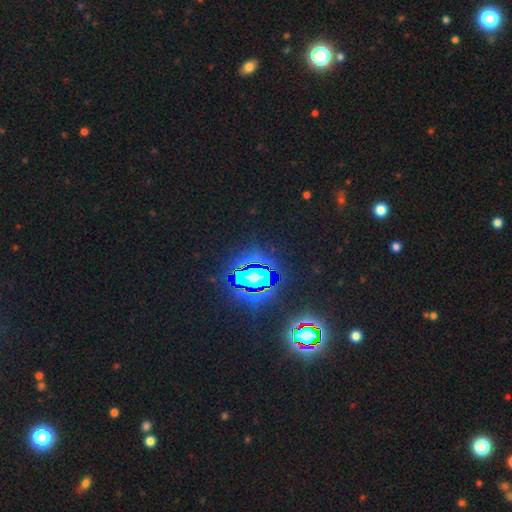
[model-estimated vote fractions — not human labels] star or artifact 82%, smooth 11%, featured or disk 7%.